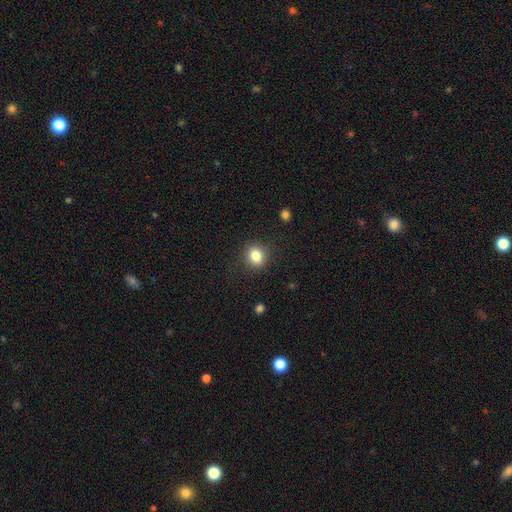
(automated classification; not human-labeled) A smooth galaxy with no disk features (84%) that is round (62%). Merging: none (87%).